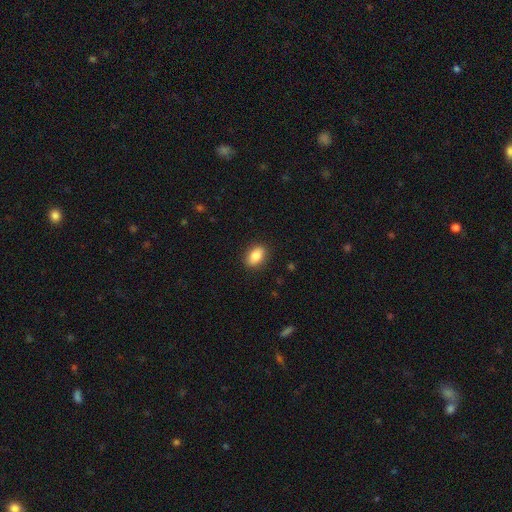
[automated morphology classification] Overall: smooth (86%). How rounded: in between (85%). Merging: none (88%).